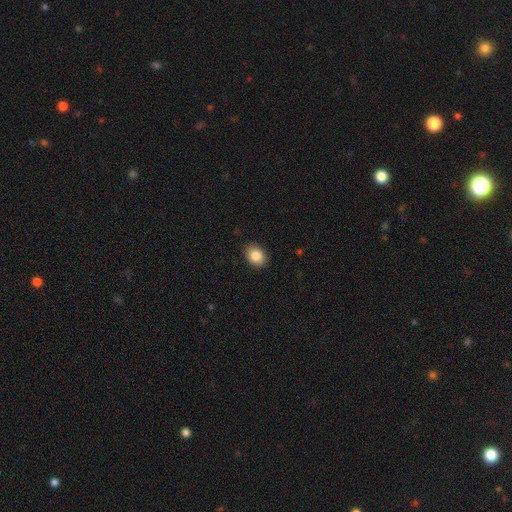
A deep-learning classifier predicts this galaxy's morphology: This is clearly a smooth galaxy (86%). How rounded: likely in between (65%). Merging: clearly none (87%).